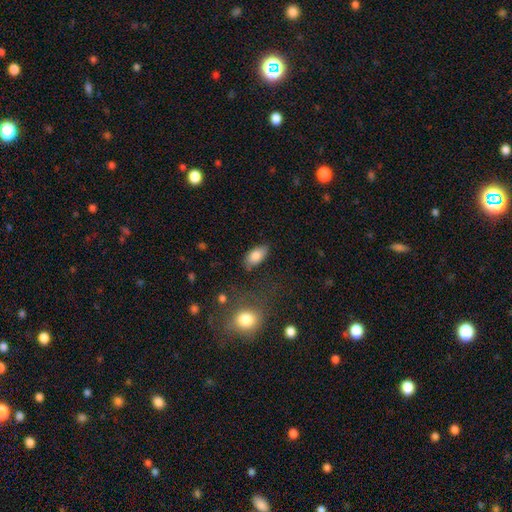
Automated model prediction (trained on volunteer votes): smooth-or-featured: smooth: 82% | featured or disk: 10% | star or artifact: 8%
  how-rounded: in between: 92% | cigar-shaped: 5% | round: 4%
  merging: none: 79% | minor disturbance: 15% | major disturbance: 4% | merger: 2%